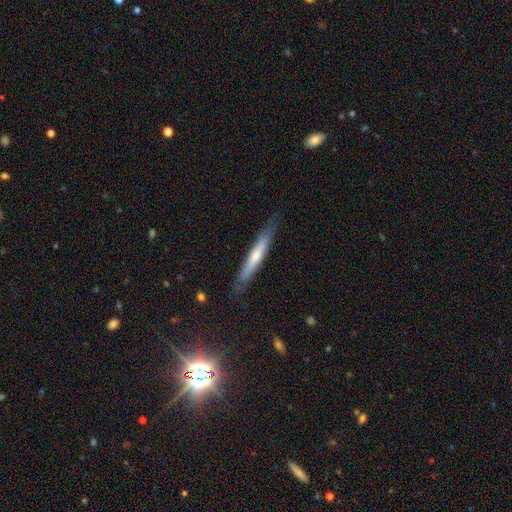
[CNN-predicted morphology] The model was most divided on "smooth or featured": smooth: 53%, featured or disk: 41%, star or artifact: 6%. More confident: how rounded — cigar-shaped (94%); merging — none (82%).